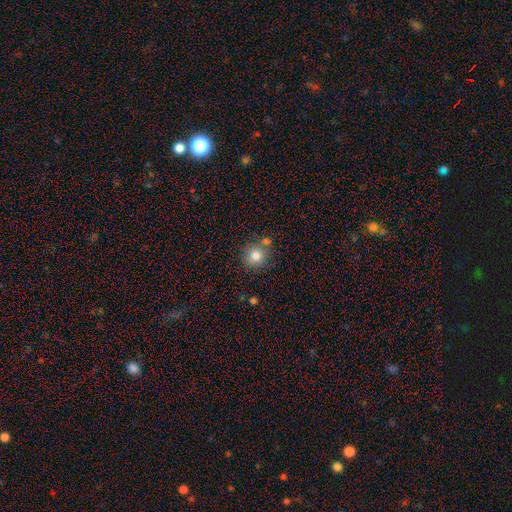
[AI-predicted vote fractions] Overall: smooth (81%). How rounded: round (90%). Merging: none (72%).